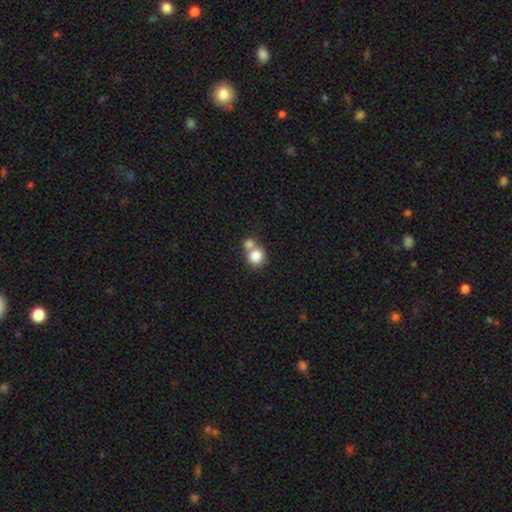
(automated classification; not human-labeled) smooth_or_featured: smooth (p=0.81) [alt: featured or disk p=0.10]
how_rounded: round (p=0.83) [alt: in between p=0.16]
merging: merger (p=0.53) [alt: none p=0.36]